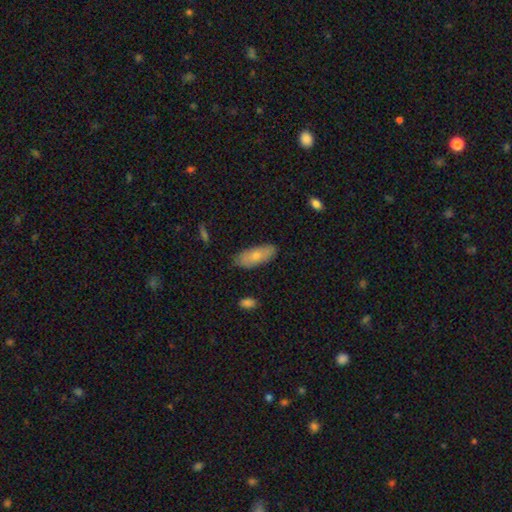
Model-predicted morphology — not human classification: Smooth or featured: smooth — 75% (featured or disk — 19%)
How rounded: in between — 72% (cigar-shaped — 26%)
Merging: none — 83% (minor disturbance — 13%)